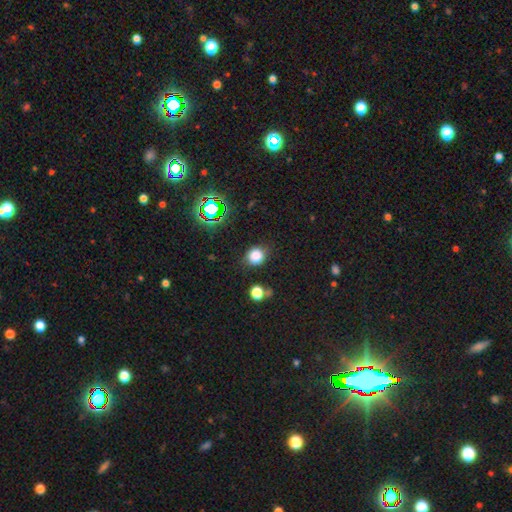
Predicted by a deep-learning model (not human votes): smooth-or-featured: smooth: 79% | star or artifact: 16% | featured or disk: 6%
  how-rounded: round: 80% | in between: 19% | cigar-shaped: 1%
  merging: none: 79% | minor disturbance: 13% | major disturbance: 5% | merger: 3%